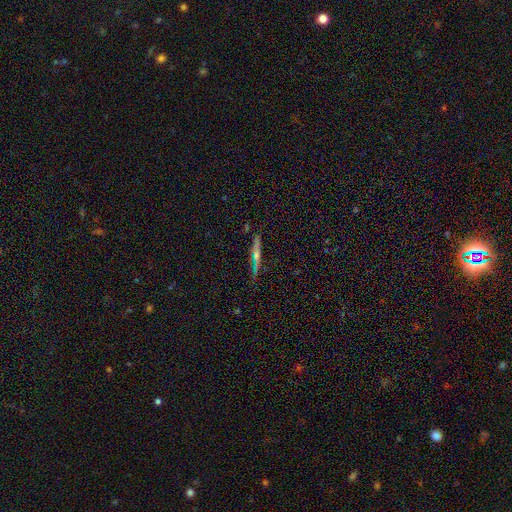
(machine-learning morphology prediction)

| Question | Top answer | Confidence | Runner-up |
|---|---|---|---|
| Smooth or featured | featured or disk | 71% | smooth (21%) |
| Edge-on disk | yes | 96% | no (4%) |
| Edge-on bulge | rounded | 81% | none (15%) |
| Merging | none | 87% | minor disturbance (10%) |